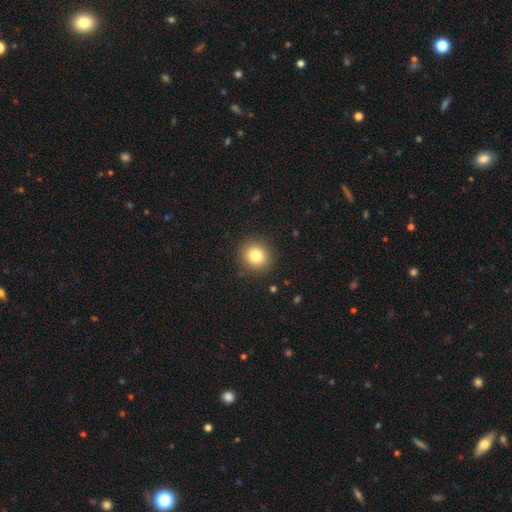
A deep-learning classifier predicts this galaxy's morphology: A smooth galaxy with no disk features (82%) that is round (87%).

Vote fractions:
- Smooth or featured? smooth: 82% / star or artifact: 11% / featured or disk: 8%
- How rounded? round: 87% / in between: 12% / cigar-shaped: 1%
- Merging? none: 89% / minor disturbance: 7% / major disturbance: 2% / merger: 1%